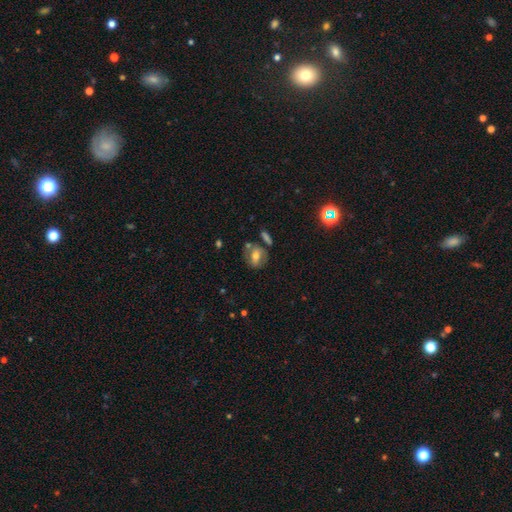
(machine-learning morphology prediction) A smooth galaxy with no disk features (53%) that is round (51%).

Vote fractions:
- Smooth or featured? smooth: 53% / featured or disk: 37% / star or artifact: 10%
- How rounded? round: 51% / in between: 47% / cigar-shaped: 3%
- Merging? none: 62% / minor disturbance: 17% / merger: 14% / major disturbance: 7%